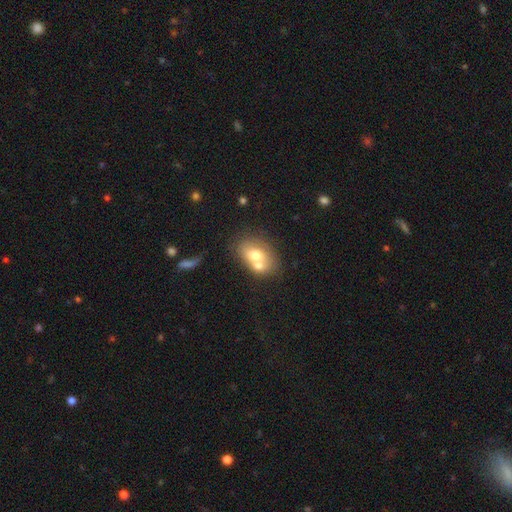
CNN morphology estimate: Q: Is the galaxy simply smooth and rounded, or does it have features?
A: smooth — 65%.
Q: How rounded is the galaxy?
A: in between — 73%.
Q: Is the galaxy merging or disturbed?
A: merger — 52%.